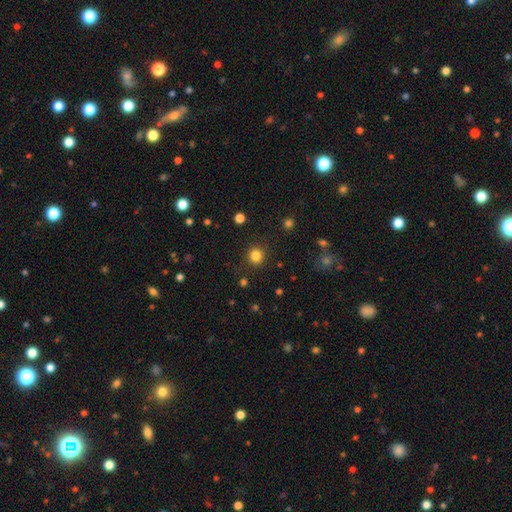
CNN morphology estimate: type=smooth (83%); roundness=round (93%); merging=none (90%).